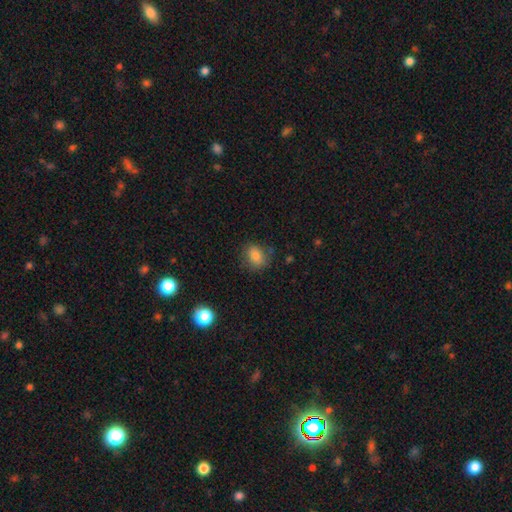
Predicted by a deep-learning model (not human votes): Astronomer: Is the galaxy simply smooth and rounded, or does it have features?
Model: smooth — 81%.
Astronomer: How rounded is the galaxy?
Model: in between — 52% (runner-up: round, 47%).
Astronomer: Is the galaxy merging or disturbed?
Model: none — 74%.